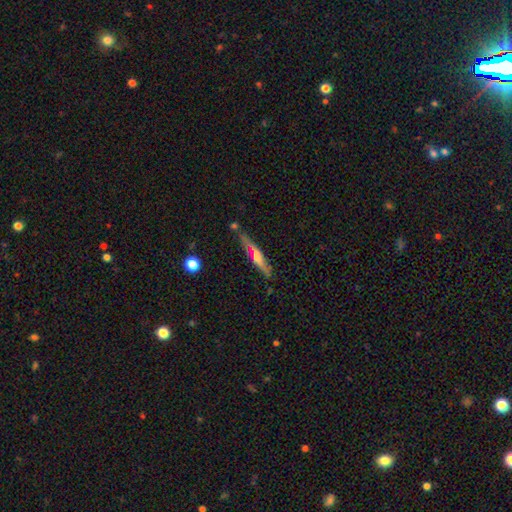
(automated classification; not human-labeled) Smooth or featured? featured or disk (48%)
Merging? none (66%)